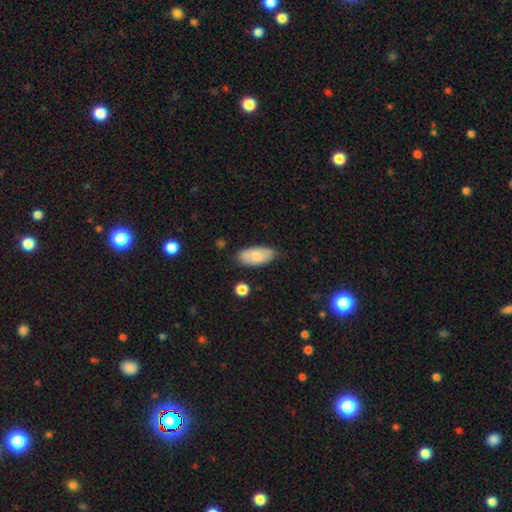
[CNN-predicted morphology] This appears to be a smooth galaxy with no disk features (78%) that is in between round and cigar-shaped (90%). Merging: none (76%).